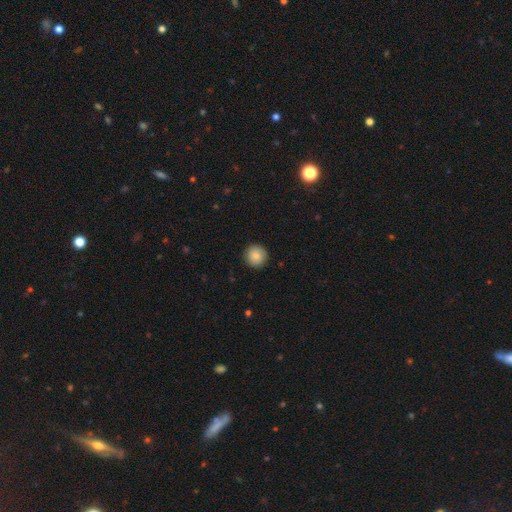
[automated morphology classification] This appears to be a smooth galaxy with no disk features (86%) that is round (95%). Merging: none (91%).